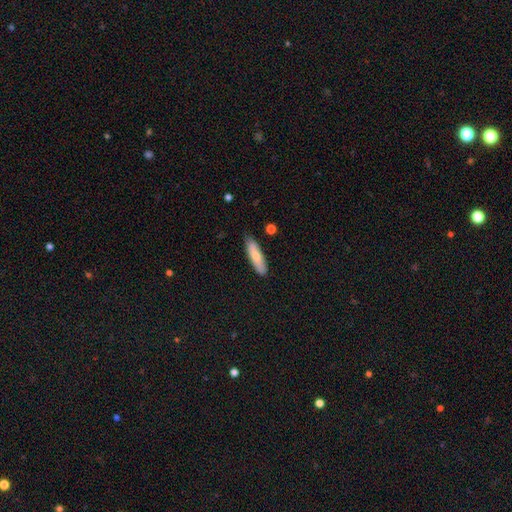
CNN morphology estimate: Q: Smooth or featured?
A: smooth (76%); runner-up: featured or disk (19%)
Q: How rounded?
A: cigar-shaped (61%); runner-up: in between (37%)
Q: Merging?
A: none (84%); runner-up: minor disturbance (12%)